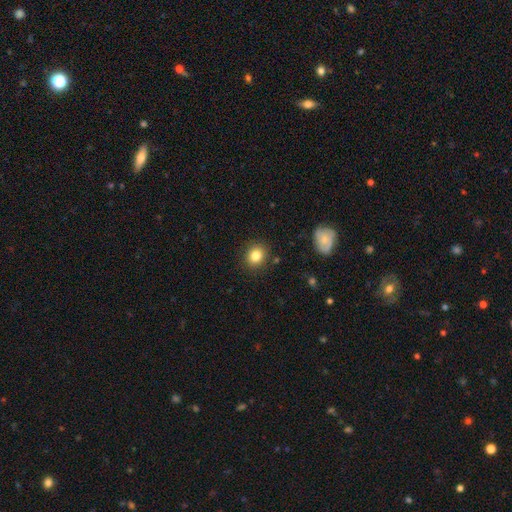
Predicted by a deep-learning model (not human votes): Smooth or featured: smooth — 82% (star or artifact — 11%)
How rounded: round — 73% (in between — 26%)
Merging: none — 88% (minor disturbance — 8%)